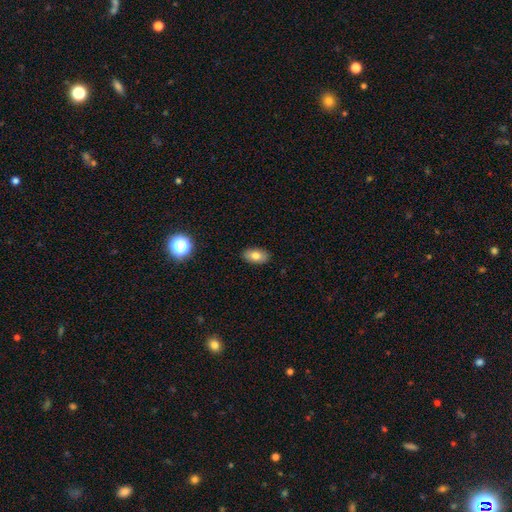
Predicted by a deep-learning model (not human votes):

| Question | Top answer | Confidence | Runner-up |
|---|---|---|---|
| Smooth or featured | smooth | 78% | featured or disk (14%) |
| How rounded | in between | 92% | round (6%) |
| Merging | none | 89% | minor disturbance (8%) |